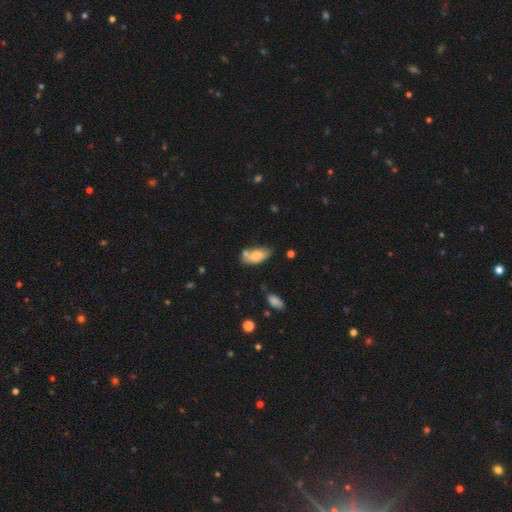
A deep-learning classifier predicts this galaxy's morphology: Smooth or featured?
  - smooth: 72% *
  - featured or disk: 20%
  - star or artifact: 7%
How rounded?
  - in between: 89% *
  - cigar-shaped: 8%
  - round: 3%
Merging?
  - none: 49% *
  - minor disturbance: 24%
  - merger: 21%
  - major disturbance: 6%